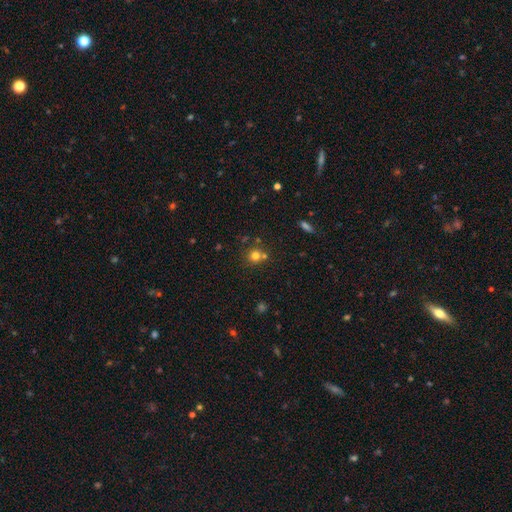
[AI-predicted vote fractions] smooth 74%, star or artifact 17%, featured or disk 9%. Down the decision tree: how rounded — round (89%); merging — none (64%).